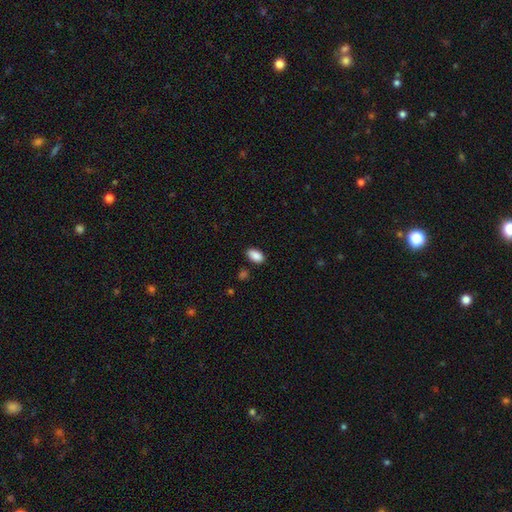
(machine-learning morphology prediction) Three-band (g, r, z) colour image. It shows a smooth galaxy with no disk features (89%) that is in between round and cigar-shaped (92%). Merging: none (84%).